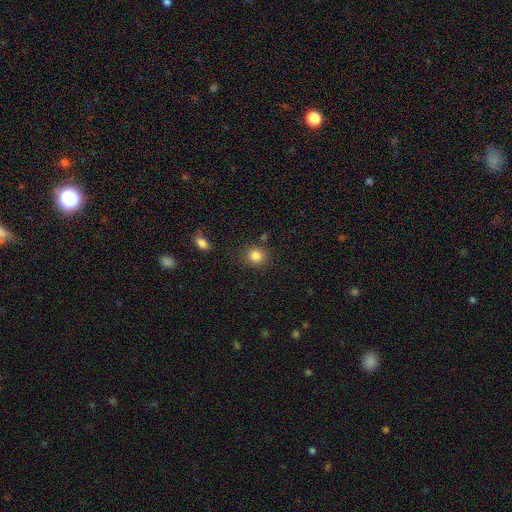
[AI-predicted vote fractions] Overall: smooth (85%). How rounded: round (82%). Merging: none (82%).